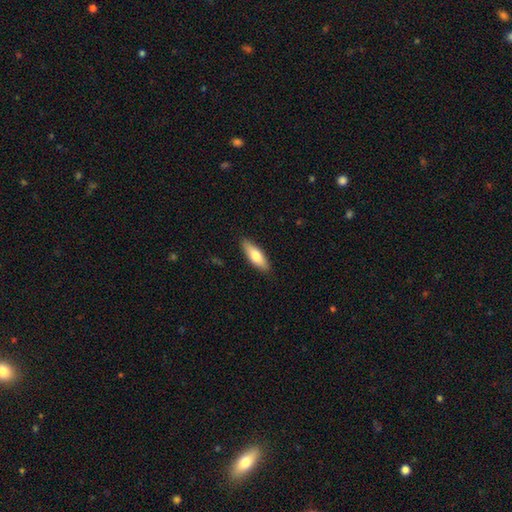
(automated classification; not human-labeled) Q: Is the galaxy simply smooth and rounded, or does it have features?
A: smooth — 74%.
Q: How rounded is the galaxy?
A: in between — 57%.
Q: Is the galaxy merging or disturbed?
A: none — 88%.